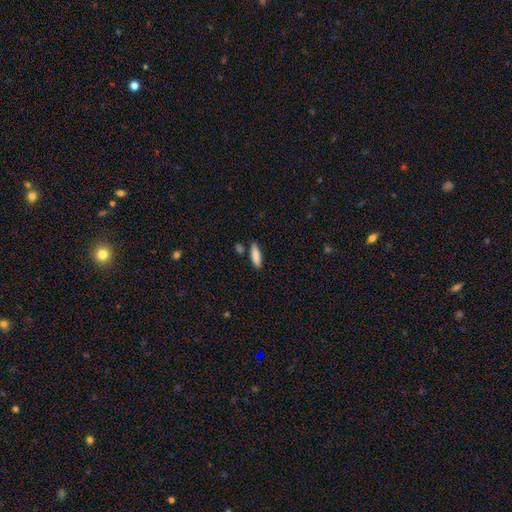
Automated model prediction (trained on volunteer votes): Smooth or featured? Predicted: smooth (p=0.87). How rounded? Predicted: cigar-shaped (p=0.53). Merging? Predicted: none (p=0.80).